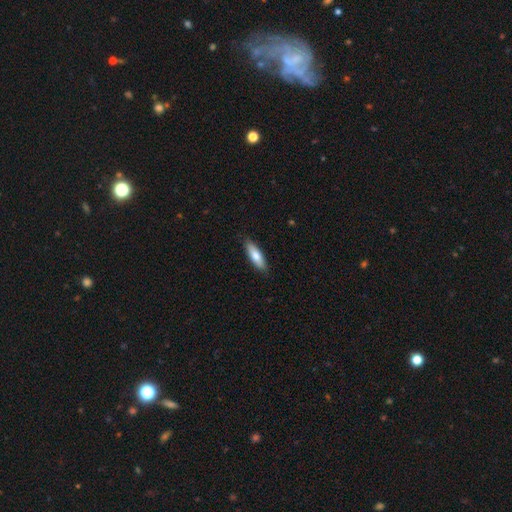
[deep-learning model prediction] The model was most divided on "how rounded" (2-way tie): cigar-shaped: 49%, in between: 49%, round: 2%. More confident: merging — none (87%); smooth or featured — smooth (75%).